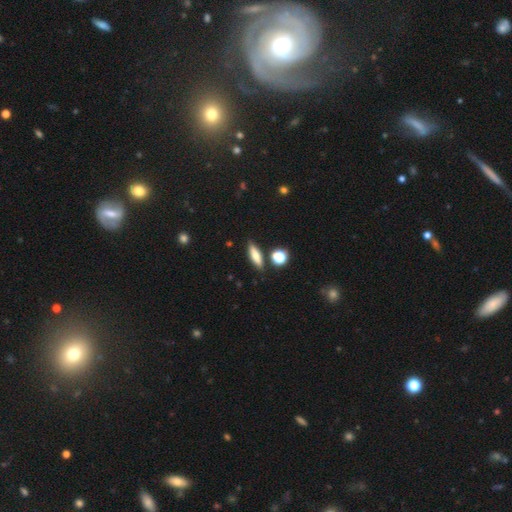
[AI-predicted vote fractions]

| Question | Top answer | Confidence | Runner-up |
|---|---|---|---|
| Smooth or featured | smooth | 69% | featured or disk (22%) |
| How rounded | cigar-shaped | 54% | in between (41%) |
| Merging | none | 81% | minor disturbance (11%) |